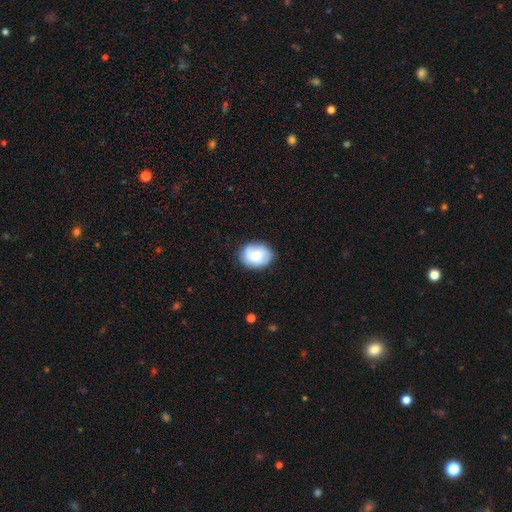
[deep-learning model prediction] Q: Smooth or featured?
A: smooth (60%); runner-up: featured or disk (33%)
Q: How rounded?
A: in between (52%); runner-up: round (47%)
Q: Merging?
A: none (77%); runner-up: minor disturbance (17%)